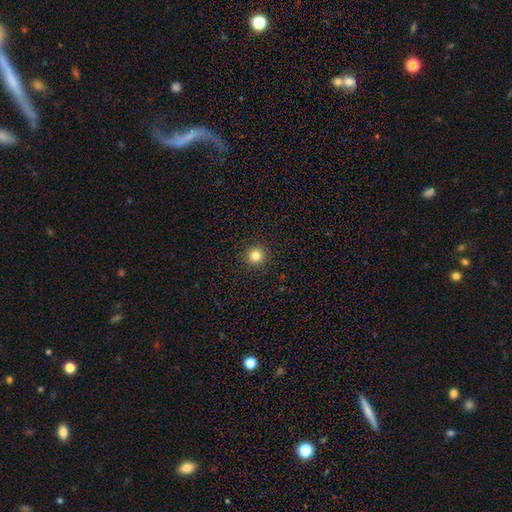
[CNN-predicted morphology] smooth 82%, star or artifact 13%, featured or disk 5%. Down the decision tree: how rounded — round (95%); merging — none (93%).